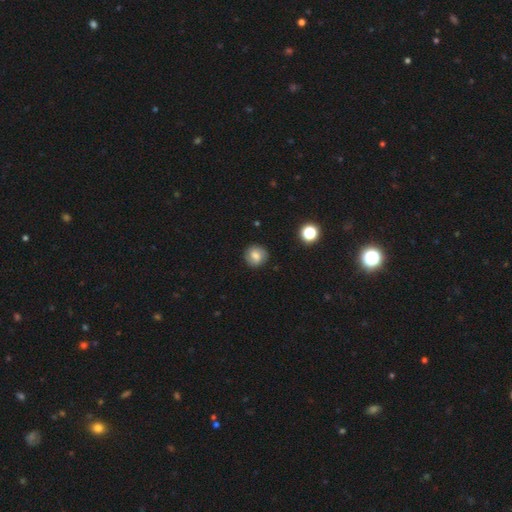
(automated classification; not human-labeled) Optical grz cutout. It shows a smooth galaxy with no disk features (62%) that is round (87%). Merging: none (85%).